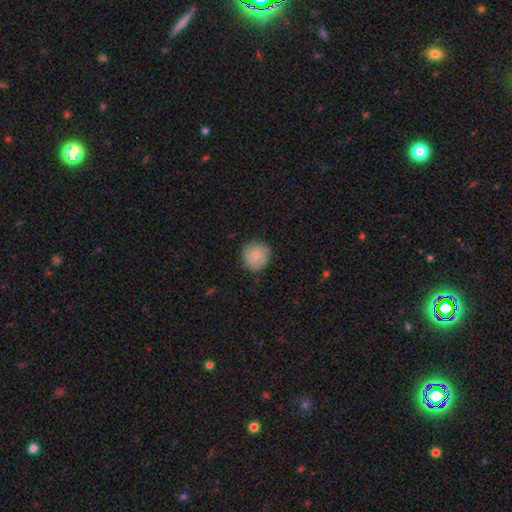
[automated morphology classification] smooth_or_featured: smooth (p=0.77) [alt: featured or disk p=0.16]
how_rounded: round (p=0.90) [alt: in between p=0.09]
merging: none (p=0.77) [alt: minor disturbance p=0.19]